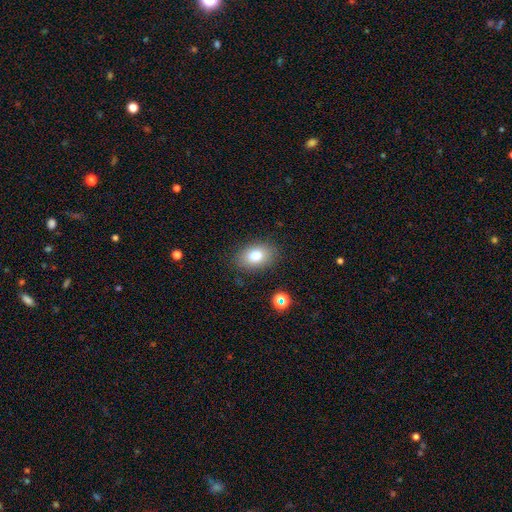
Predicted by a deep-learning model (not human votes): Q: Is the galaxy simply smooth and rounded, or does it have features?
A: smooth — 80%.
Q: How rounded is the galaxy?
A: in between — 84%.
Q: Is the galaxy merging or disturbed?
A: none — 83%.